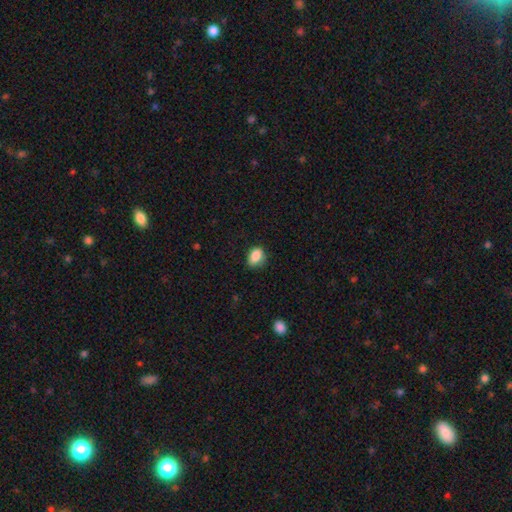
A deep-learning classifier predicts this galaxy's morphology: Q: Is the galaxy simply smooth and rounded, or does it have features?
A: smooth — 85%.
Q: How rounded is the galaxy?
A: in between — 74%.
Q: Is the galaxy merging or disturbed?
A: none — 65%.